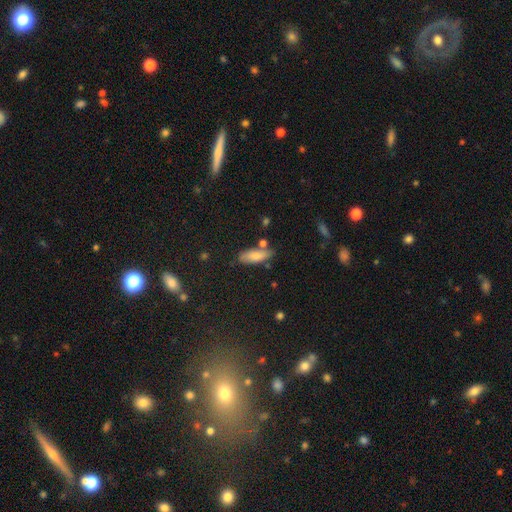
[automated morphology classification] This appears to be a smooth galaxy with no disk features (79%) that is in between round and cigar-shaped (68%). Merging: none (68%).